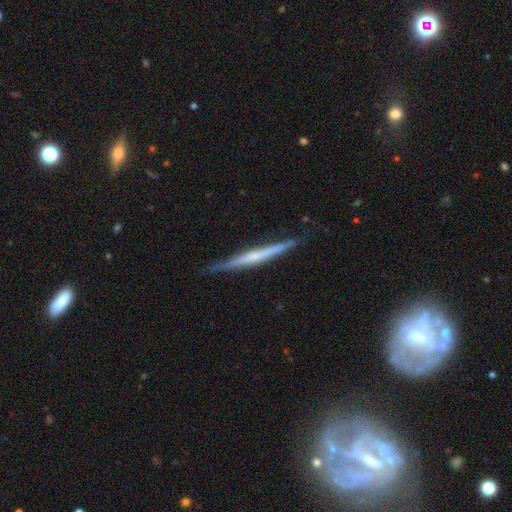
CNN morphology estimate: featured or disk 67%, smooth 27%, star or artifact 5%. Down the decision tree: edge-on disk — yes (97%); edge-on bulge — none (49%); merging — none (81%).